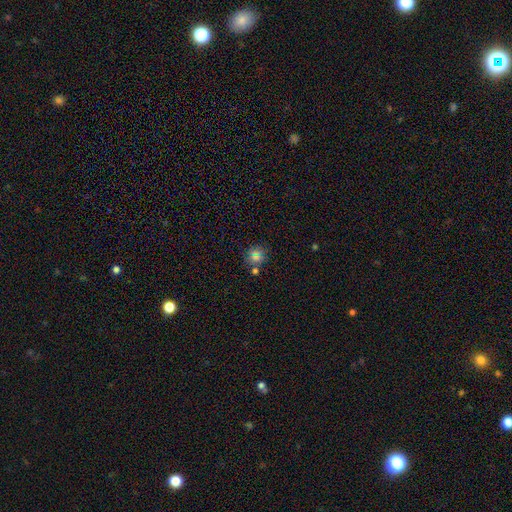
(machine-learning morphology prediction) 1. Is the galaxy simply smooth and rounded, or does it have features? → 69% smooth, 22% star or artifact, 9% featured or disk.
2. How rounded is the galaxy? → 85% round, 13% in between, 1% cigar-shaped.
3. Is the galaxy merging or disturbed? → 75% none, 11% minor disturbance, 10% merger, 4% major disturbance.